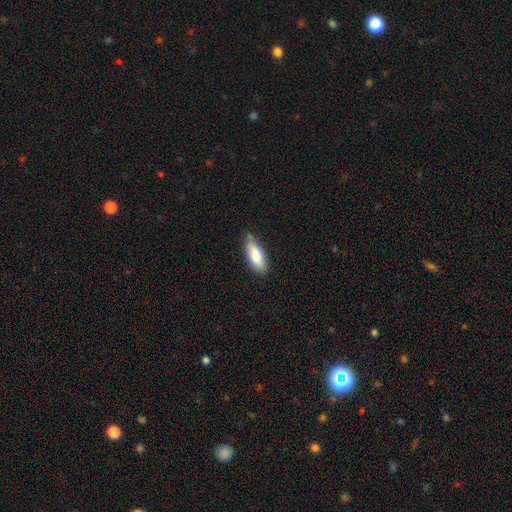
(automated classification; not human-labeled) This is likely a smooth galaxy (80%). How rounded: likely in between (67%). Merging: likely none (74%).